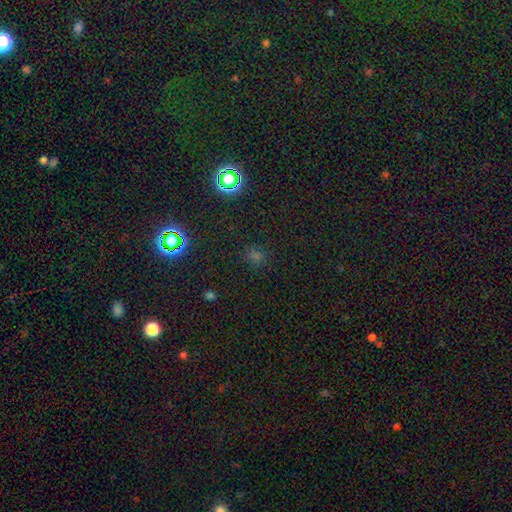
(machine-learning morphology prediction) A star or artifact, not a galaxy (47%, tied with smooth).